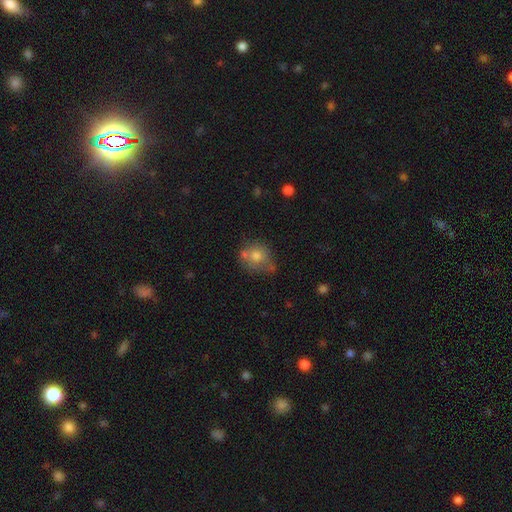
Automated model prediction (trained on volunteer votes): A smooth galaxy with no disk features (71%) that is round (73%).

Vote fractions:
- Smooth or featured? smooth: 71% / featured or disk: 18% / star or artifact: 11%
- How rounded? round: 73% / in between: 26% / cigar-shaped: 1%
- Merging? none: 49% / minor disturbance: 22% / merger: 21% / major disturbance: 8%